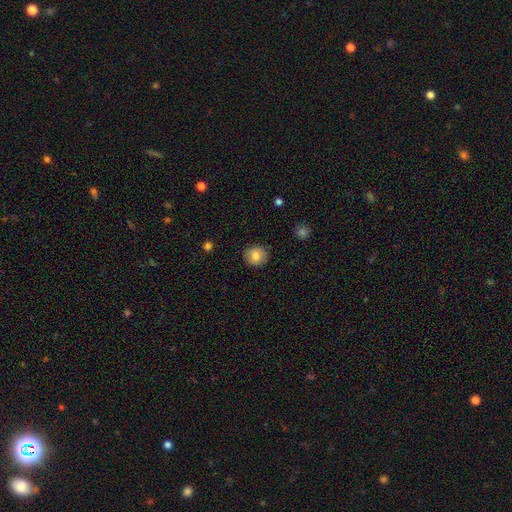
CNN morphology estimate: Smooth or featured?
  - smooth: 83% *
  - star or artifact: 9%
  - featured or disk: 8%
How rounded?
  - round: 85% *
  - in between: 14%
  - cigar-shaped: 1%
Merging?
  - none: 88% *
  - minor disturbance: 9%
  - major disturbance: 2%
  - merger: 1%